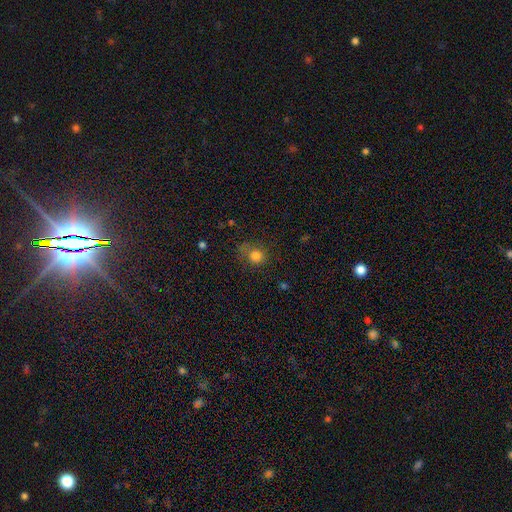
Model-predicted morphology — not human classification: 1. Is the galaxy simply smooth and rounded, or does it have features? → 79% smooth, 14% star or artifact, 7% featured or disk.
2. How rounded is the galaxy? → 81% round, 18% in between, 1% cigar-shaped.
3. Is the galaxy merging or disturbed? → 64% none, 21% minor disturbance, 11% major disturbance, 3% merger.